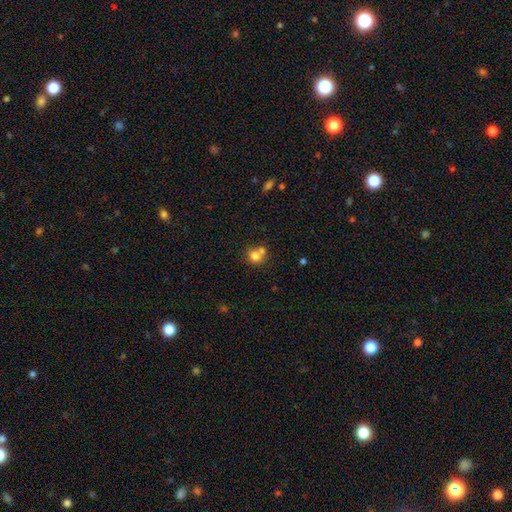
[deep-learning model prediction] smooth_or_featured: smooth (p=0.77) [alt: star or artifact p=0.12]
how_rounded: round (p=0.83) [alt: in between p=0.16]
merging: none (p=0.46) [alt: merger p=0.42]